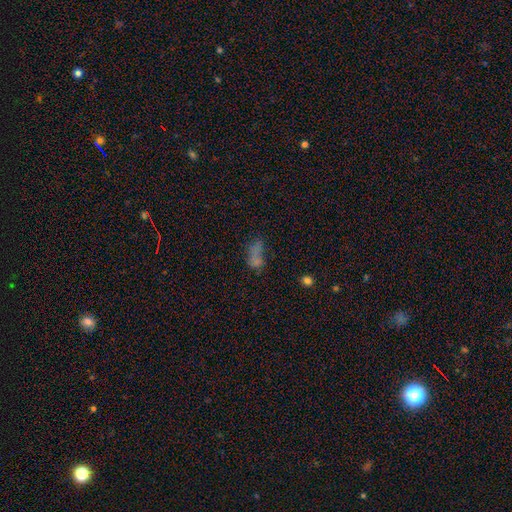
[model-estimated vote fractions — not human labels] Smooth or featured? smooth (58%)
How rounded? in between (74%)
Merging? none (35%)